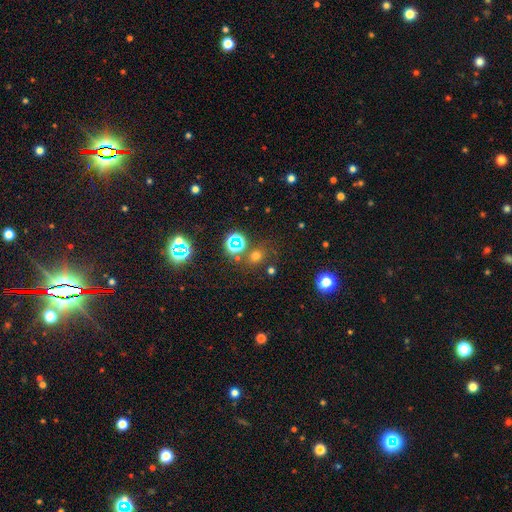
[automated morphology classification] type=smooth (58%); roundness=round (81%); merging=none (76%).